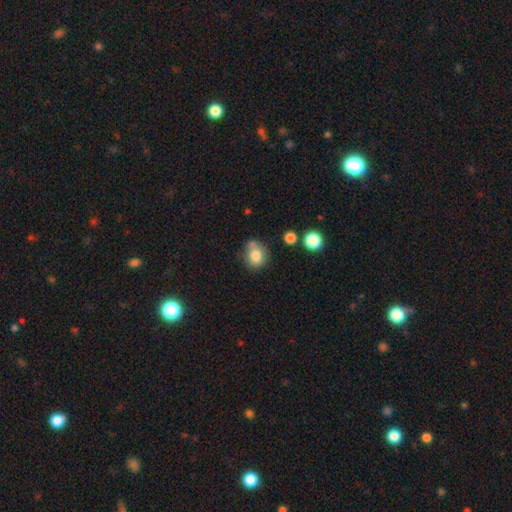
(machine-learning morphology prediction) smooth-or-featured: smooth: 80% | star or artifact: 10% | featured or disk: 9%
  how-rounded: round: 73% | in between: 26% | cigar-shaped: 1%
  merging: none: 59% | minor disturbance: 20% | merger: 16% | major disturbance: 6%